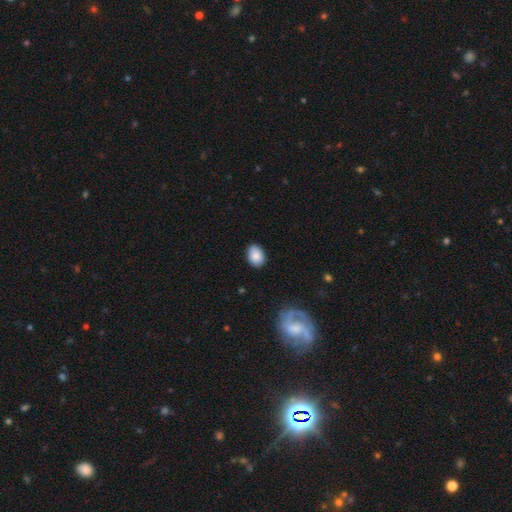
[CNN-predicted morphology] Overall: smooth (87%). How rounded: in between (77%). Merging: none (85%).